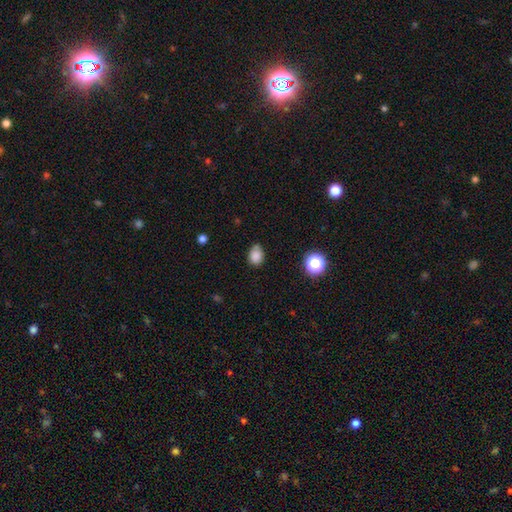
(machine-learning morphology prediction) Overall: smooth (82%). How rounded: in between (54%; round 45%). Merging: none (64%; minor disturbance 26%).